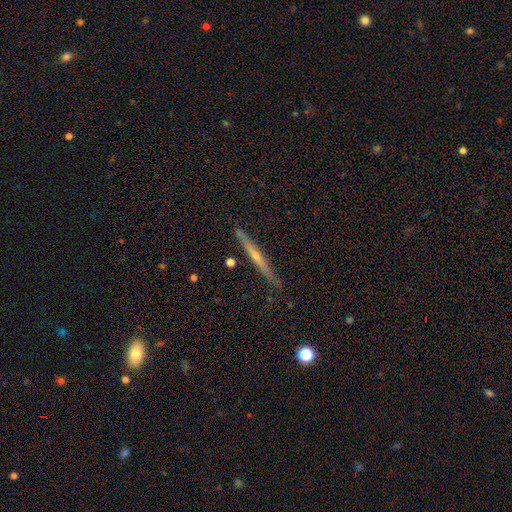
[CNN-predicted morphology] Q: Smooth or featured?
A: featured or disk (68%); runner-up: smooth (25%)
Q: Edge-on disk?
A: yes (97%); runner-up: no (3%)
Q: Edge-on bulge?
A: rounded (62%); runner-up: none (34%)
Q: Merging?
A: none (85%); runner-up: minor disturbance (11%)